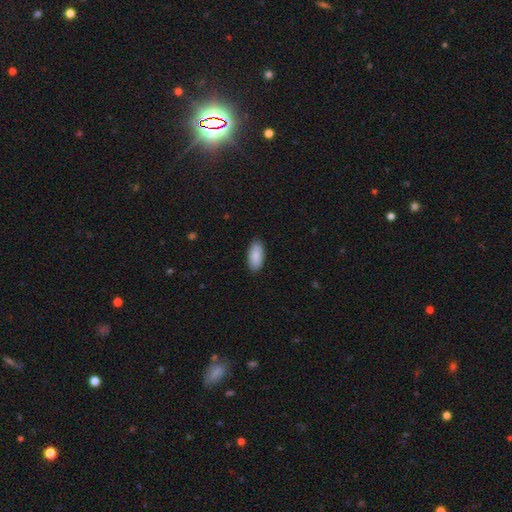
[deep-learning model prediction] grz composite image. It shows a smooth galaxy with no disk features (89%) that is in between round and cigar-shaped (90%). Merging: none (89%).